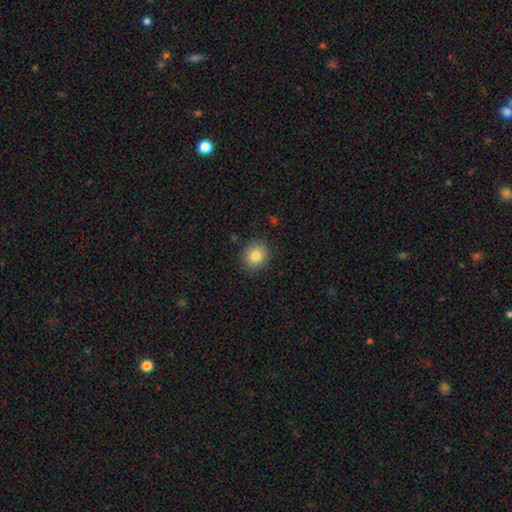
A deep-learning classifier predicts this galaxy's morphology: This appears to be a smooth galaxy with no disk features (82%) that is round (81%). Merging: none (88%).